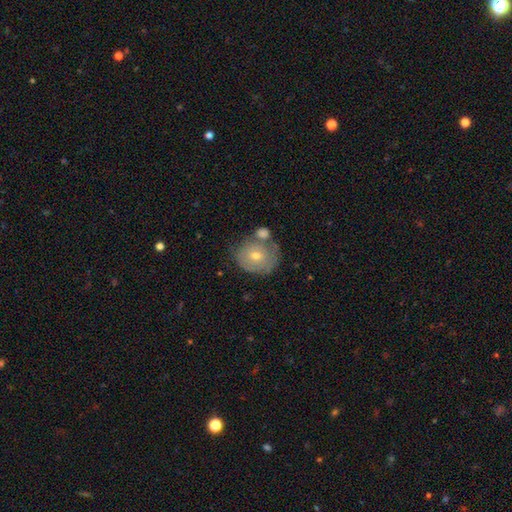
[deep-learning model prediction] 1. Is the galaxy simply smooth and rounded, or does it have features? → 53% smooth, 39% featured or disk, 9% star or artifact.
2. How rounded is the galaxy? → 78% round, 21% in between, 1% cigar-shaped.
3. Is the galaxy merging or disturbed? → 52% none, 22% merger, 19% minor disturbance, 7% major disturbance.